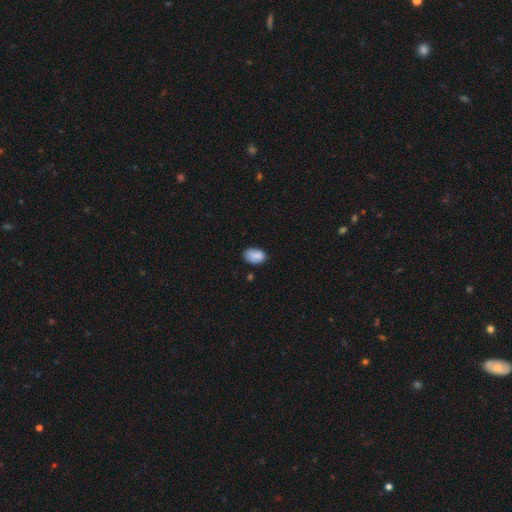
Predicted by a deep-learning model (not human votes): A smooth galaxy with no disk features (84%) that is in between round and cigar-shaped (88%). Merging: none (66%).